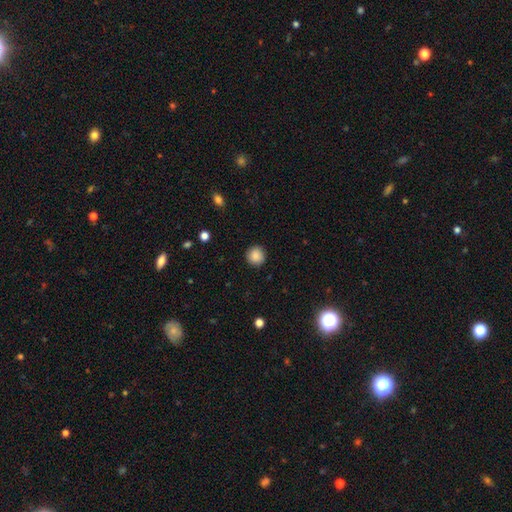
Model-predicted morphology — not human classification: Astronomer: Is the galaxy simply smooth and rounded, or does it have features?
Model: smooth — 87%.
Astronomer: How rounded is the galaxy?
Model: round — 93%.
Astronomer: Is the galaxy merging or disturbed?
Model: none — 91%.